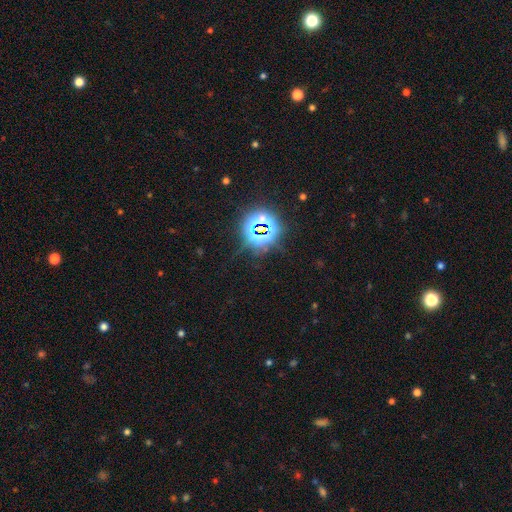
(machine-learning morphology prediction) A star or artifact, not a galaxy (81%).

Vote fractions:
- Smooth or featured? star or artifact: 81% / smooth: 12% / featured or disk: 7%